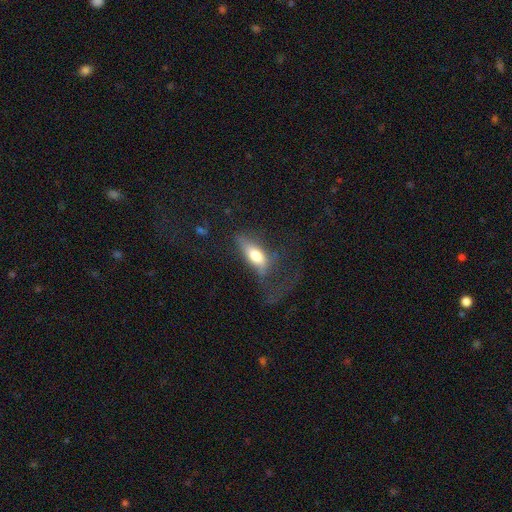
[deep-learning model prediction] Smooth or featured? Predicted: smooth (p=0.68). How rounded? Predicted: in between (p=0.69). Merging? Predicted: major disturbance (p=0.42).